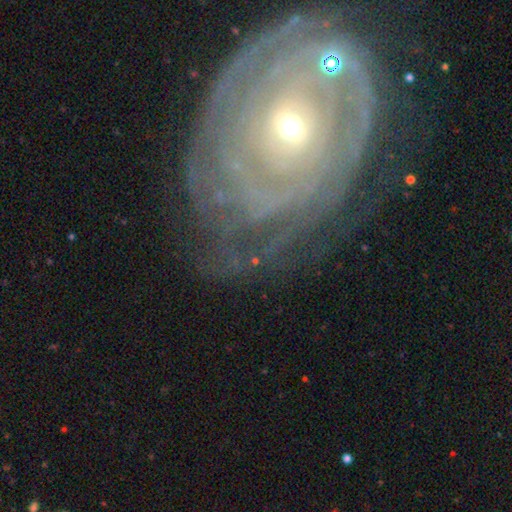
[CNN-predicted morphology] smooth-or-featured: featured or disk: 84% | smooth: 8% | star or artifact: 8%
  disk-edge-on: no: 96% | yes: 4%
    bar: no: 78% | weak: 15% | strong: 7%
    has-spiral-arms: yes: 89% | no: 11%
      spiral-winding: tight: 83% | medium: 13% | loose: 4%
      spiral-arm-count: can't tell: 42% | 2: 14% | more than 4: 13% | 4: 12% | 3: 12% | 1: 7%
    bulge-size: small: 69% | moderate: 27% | large: 2% | dominant: 1% | none: 1%
  merging: none: 68% | minor disturbance: 18% | major disturbance: 10% | merger: 4%